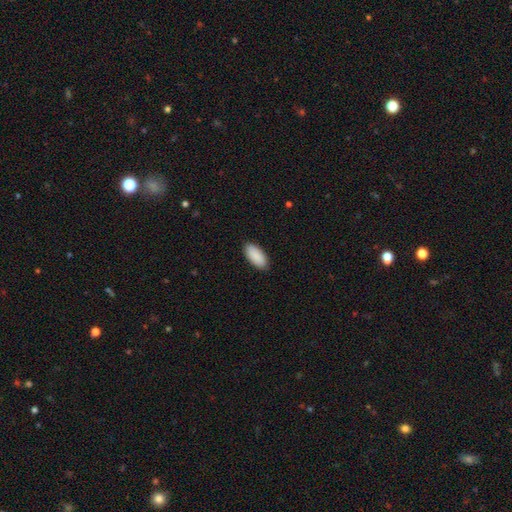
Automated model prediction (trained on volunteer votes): smooth 91%, star or artifact 6%, featured or disk 3%. Down the decision tree: how rounded — in between (92%); merging — none (89%).